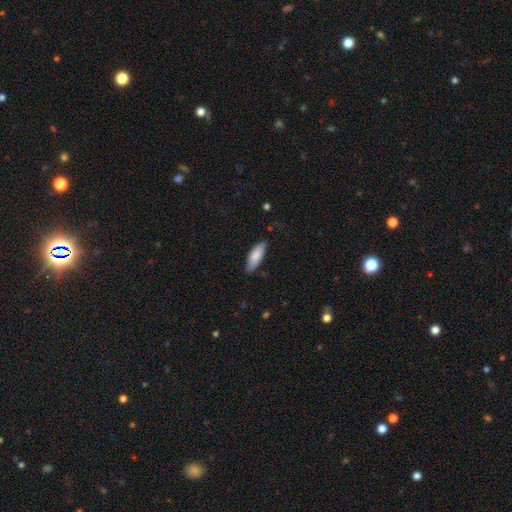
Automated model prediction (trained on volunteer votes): A smooth galaxy with no disk features (85%) that is in between round and cigar-shaped (71%). Merging: none (80%).